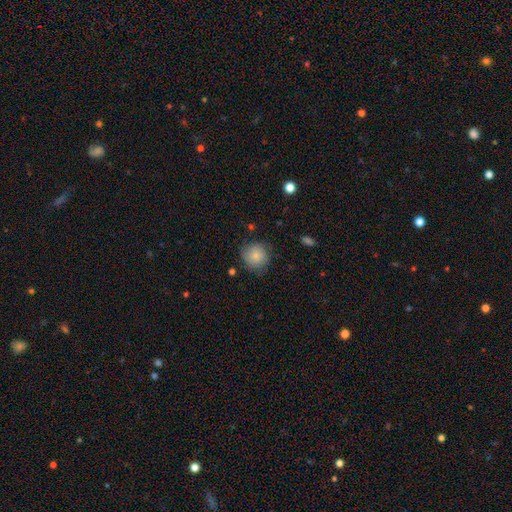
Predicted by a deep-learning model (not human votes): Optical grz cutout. It shows a smooth galaxy with no disk features (82%) that is round (90%). Merging: none (76%).